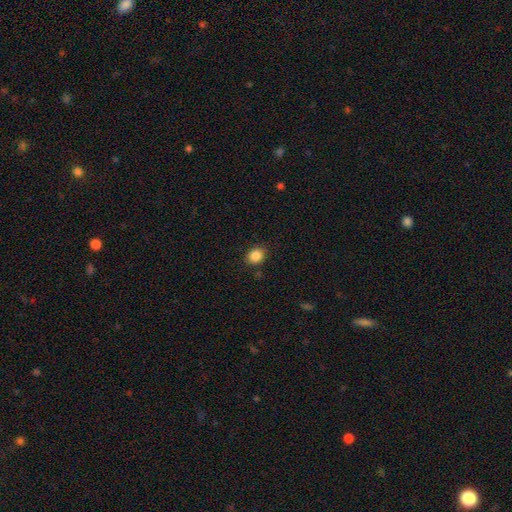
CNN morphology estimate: A smooth galaxy with no disk features (86%) that is round (56%). Merging: none (86%).